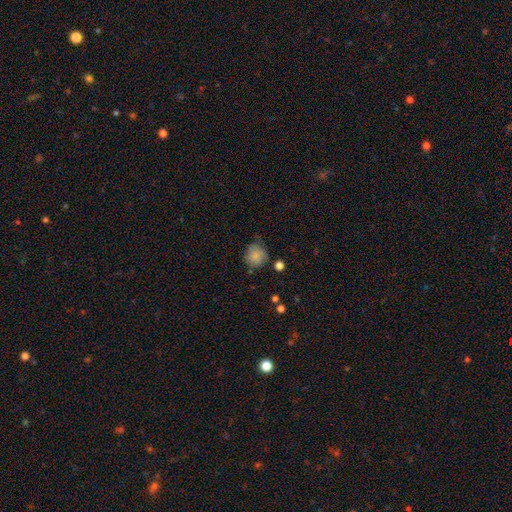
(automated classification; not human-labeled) Q: Smooth or featured?
A: smooth (83%); runner-up: star or artifact (9%)
Q: How rounded?
A: round (84%); runner-up: in between (15%)
Q: Merging?
A: none (66%); runner-up: minor disturbance (24%)